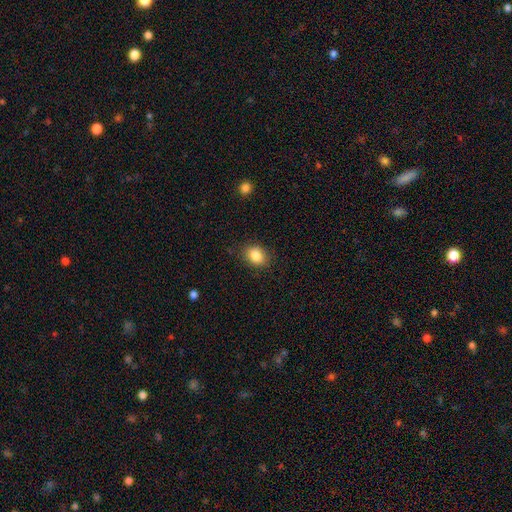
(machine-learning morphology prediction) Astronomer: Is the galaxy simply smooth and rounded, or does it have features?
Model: smooth — 85%.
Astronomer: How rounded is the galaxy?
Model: in between — 61% (runner-up: round, 38%).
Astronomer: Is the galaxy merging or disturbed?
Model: none — 84%.